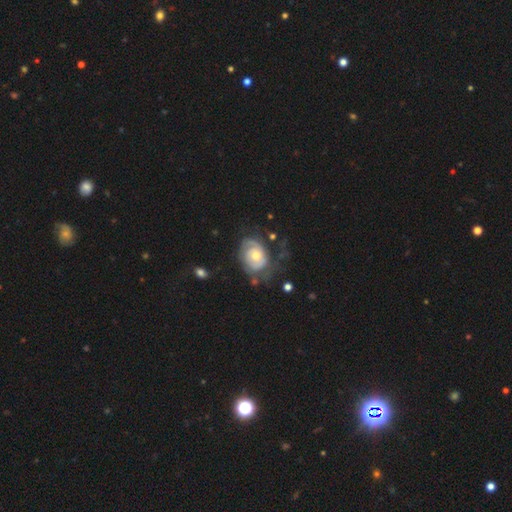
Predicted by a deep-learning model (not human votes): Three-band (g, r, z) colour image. It shows a featured or disk galaxy (70%) with no bar (78%), tight (61%) spiral arms (82%) and a moderate central bulge (63%). Merging: none (49%).